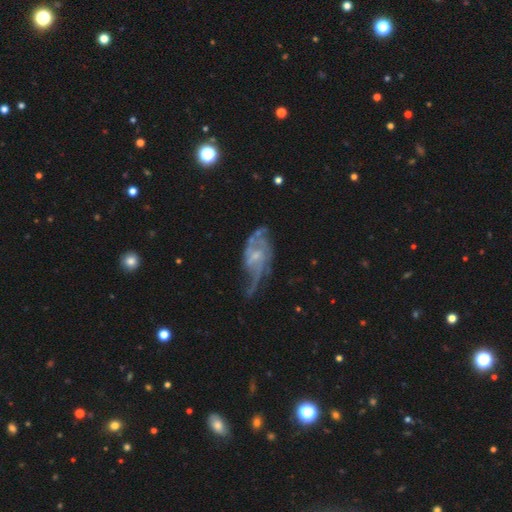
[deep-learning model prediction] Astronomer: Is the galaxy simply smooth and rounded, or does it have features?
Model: featured or disk — 82%.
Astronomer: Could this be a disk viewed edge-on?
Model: no — 95%.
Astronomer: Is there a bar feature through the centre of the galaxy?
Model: no — 49% (runner-up: weak, 43%).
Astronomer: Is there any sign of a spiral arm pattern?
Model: yes — 89%.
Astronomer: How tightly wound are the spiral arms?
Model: loose — 43% (runner-up: medium, 39%).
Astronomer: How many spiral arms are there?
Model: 2 — 56%.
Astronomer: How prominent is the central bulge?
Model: small — 64%.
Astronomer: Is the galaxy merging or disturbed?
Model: none — 44% (runner-up: major disturbance, 28%).